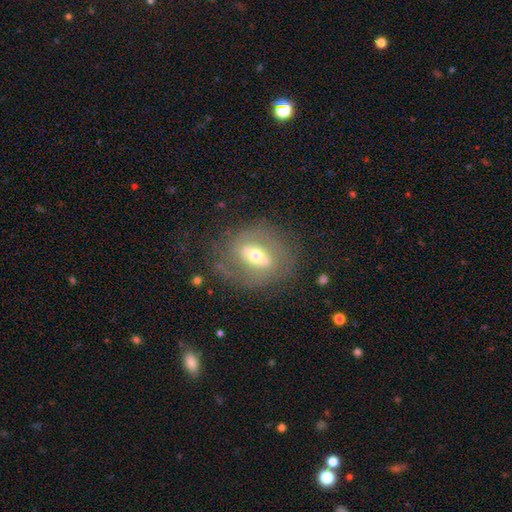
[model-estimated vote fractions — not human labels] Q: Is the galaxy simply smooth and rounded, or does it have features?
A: featured or disk — 63%.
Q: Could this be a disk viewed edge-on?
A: no — 89%.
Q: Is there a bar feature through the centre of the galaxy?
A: strong — 42%.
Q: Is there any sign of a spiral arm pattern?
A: no — 51%.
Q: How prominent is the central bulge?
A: moderate — 65%.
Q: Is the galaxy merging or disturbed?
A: none — 68%.